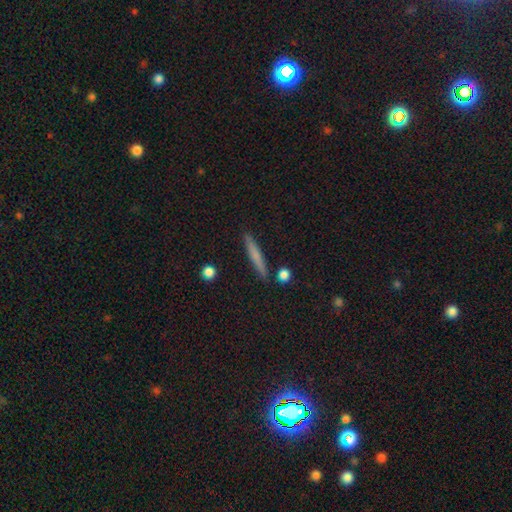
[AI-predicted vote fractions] smooth 67%, featured or disk 26%, star or artifact 7%. Down the decision tree: how rounded — cigar-shaped (94%); merging — none (88%).